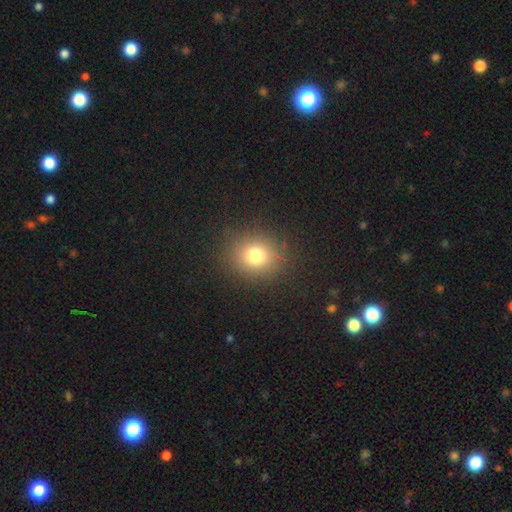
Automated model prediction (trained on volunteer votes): A smooth galaxy with no disk features (76%) that is round (80%). Merging: none (88%).